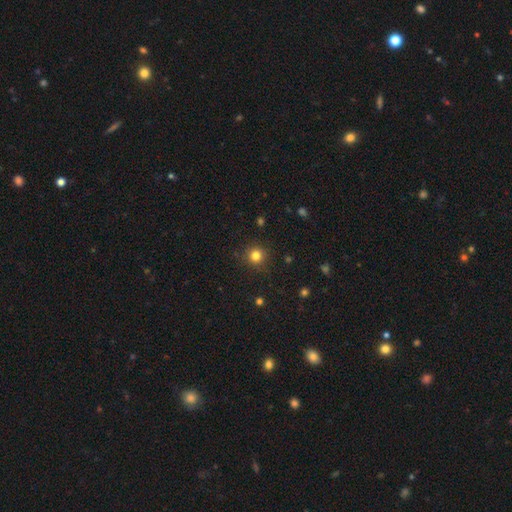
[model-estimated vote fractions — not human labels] Q: Smooth or featured?
A: smooth (82%); runner-up: star or artifact (13%)
Q: How rounded?
A: round (94%); runner-up: in between (5%)
Q: Merging?
A: none (90%); runner-up: minor disturbance (6%)